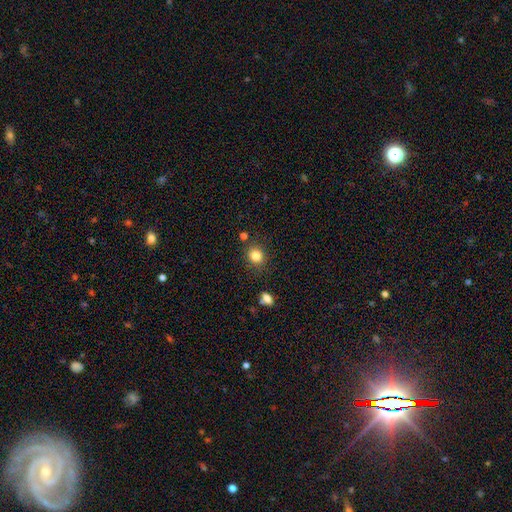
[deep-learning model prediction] This is clearly a smooth galaxy (83%). How rounded: likely round (80%). Merging: clearly none (83%).